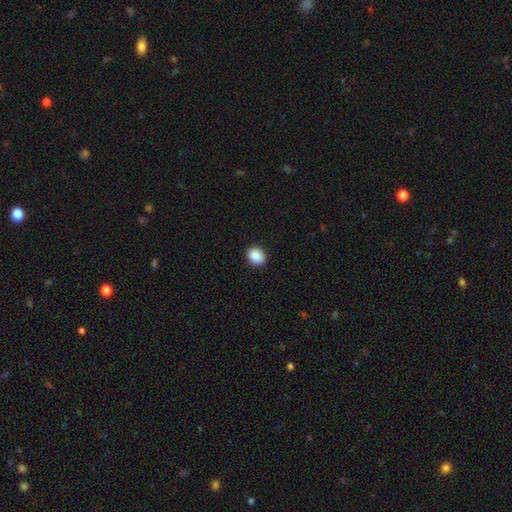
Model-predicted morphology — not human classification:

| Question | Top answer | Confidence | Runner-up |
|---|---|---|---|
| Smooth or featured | smooth | 90% | star or artifact (8%) |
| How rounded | in between | 54% | round (46%) |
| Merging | none | 90% | minor disturbance (7%) |